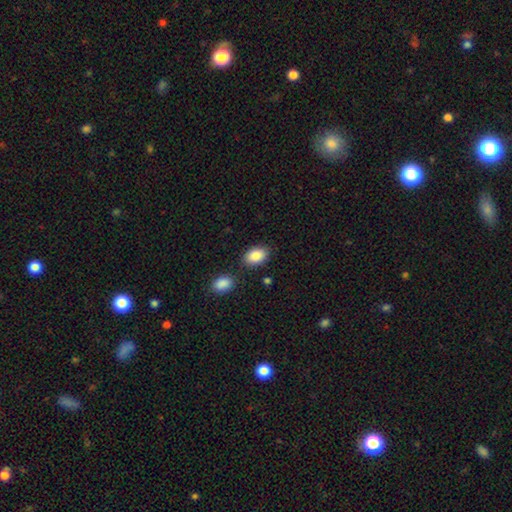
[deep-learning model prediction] A smooth galaxy with no disk features (87%) that is in between round and cigar-shaped (90%).

Vote fractions:
- Smooth or featured? smooth: 87% / featured or disk: 7% / star or artifact: 7%
- How rounded? in between: 90% / round: 9% / cigar-shaped: 1%
- Merging? none: 80% / minor disturbance: 11% / merger: 6% / major disturbance: 3%